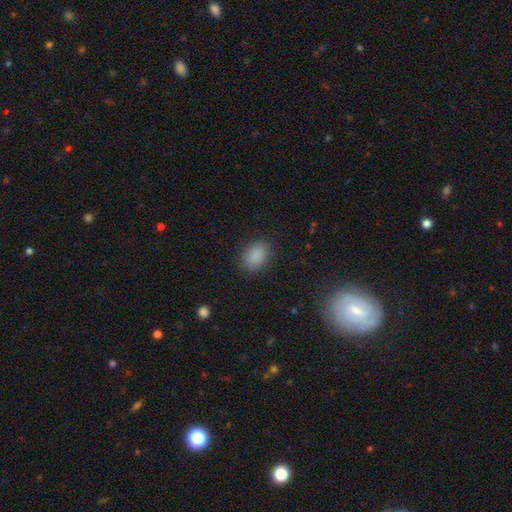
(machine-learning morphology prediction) A smooth galaxy with no disk features (88%) that is in between round and cigar-shaped (73%).

Vote fractions:
- Smooth or featured? smooth: 88% / star or artifact: 9% / featured or disk: 3%
- How rounded? in between: 73% / round: 26% / cigar-shaped: 1%
- Merging? none: 87% / minor disturbance: 9% / major disturbance: 3% / merger: 1%